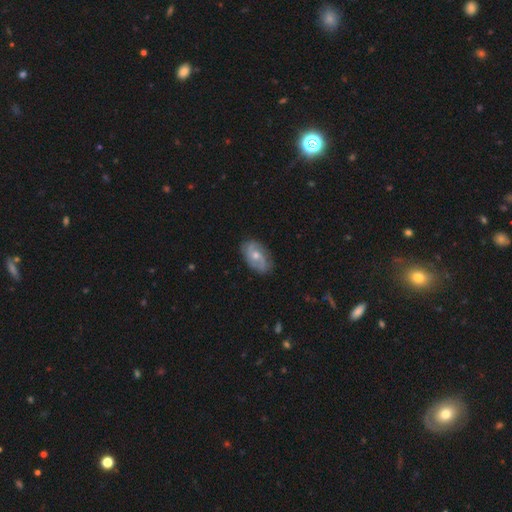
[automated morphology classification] A featured or disk galaxy (68%) with no bar (62%), 2 (74%) medium (42%) spiral arms (85%) and a moderate central bulge (56%). Merging: none (77%).